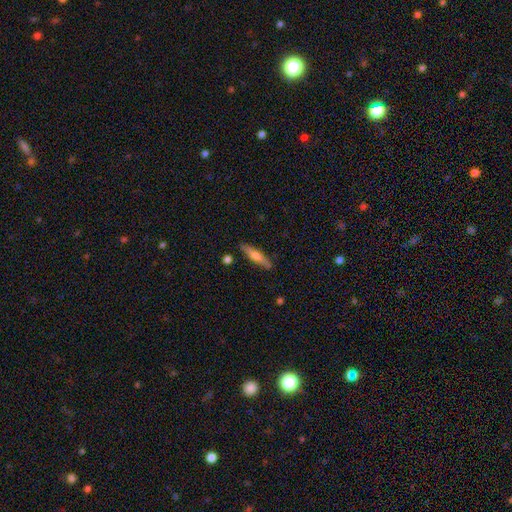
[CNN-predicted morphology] This is possibly a smooth galaxy (53%). How rounded: clearly cigar-shaped (84%). Merging: clearly none (84%).